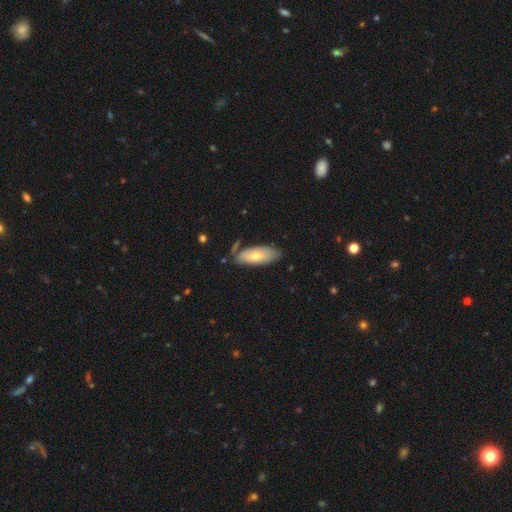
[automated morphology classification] Overall: smooth (68%). How rounded: in between (83%). Merging: none (71%).